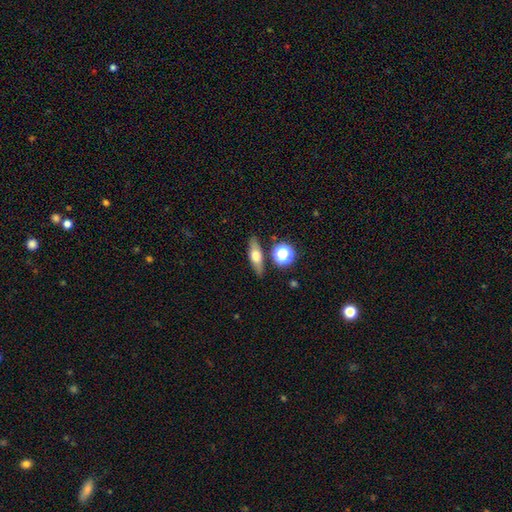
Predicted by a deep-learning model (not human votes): Q: Smooth or featured?
A: smooth (50%); runner-up: featured or disk (40%)
Q: How rounded?
A: cigar-shaped (45%); runner-up: in between (43%)
Q: Merging?
A: none (80%); runner-up: minor disturbance (11%)